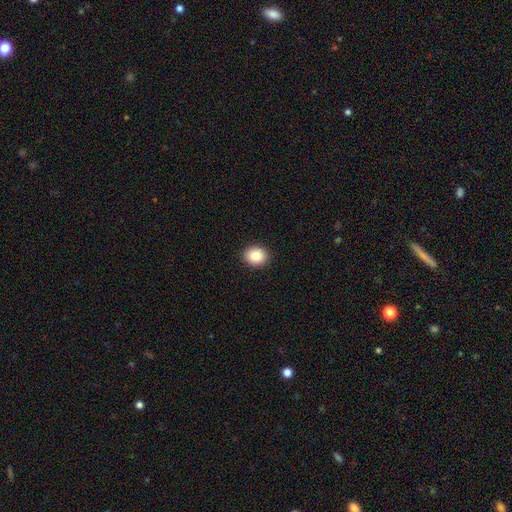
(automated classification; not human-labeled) smooth 86%, star or artifact 9%, featured or disk 5%. Down the decision tree: how rounded — round (59%); merging — none (92%).